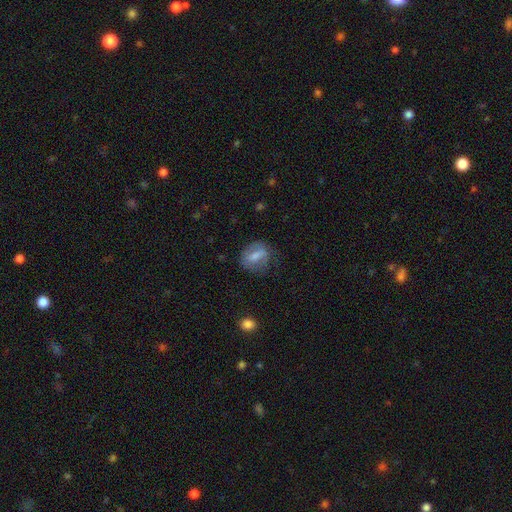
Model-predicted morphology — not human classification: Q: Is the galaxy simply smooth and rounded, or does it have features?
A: smooth — 59%.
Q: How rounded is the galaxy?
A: in between — 53%.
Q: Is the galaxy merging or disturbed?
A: none — 63%.